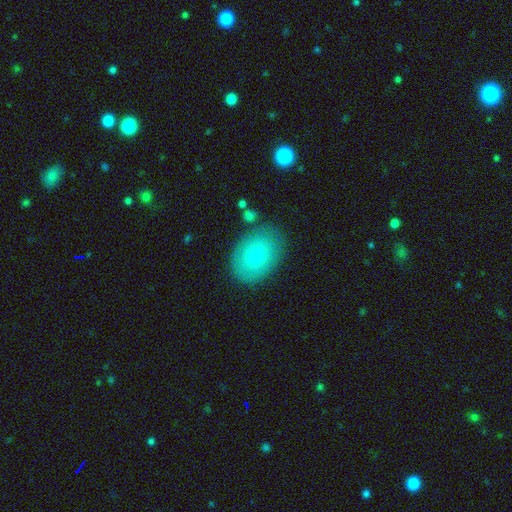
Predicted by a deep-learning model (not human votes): Q: Smooth or featured?
A: smooth (76%); runner-up: featured or disk (17%)
Q: How rounded?
A: in between (80%); runner-up: round (19%)
Q: Merging?
A: none (79%); runner-up: minor disturbance (14%)